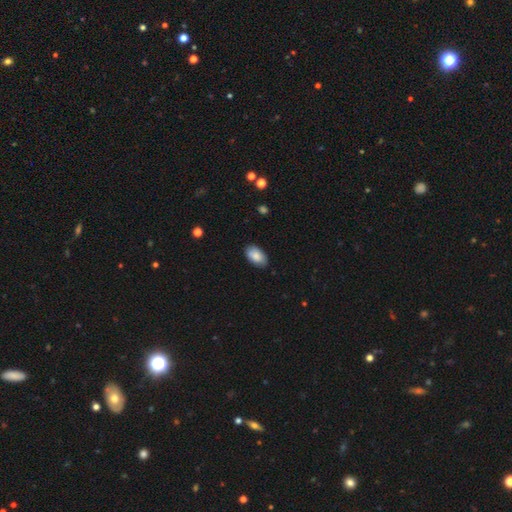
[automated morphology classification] A smooth galaxy with no disk features (86%) that is in between round and cigar-shaped (95%). Merging: none (84%).